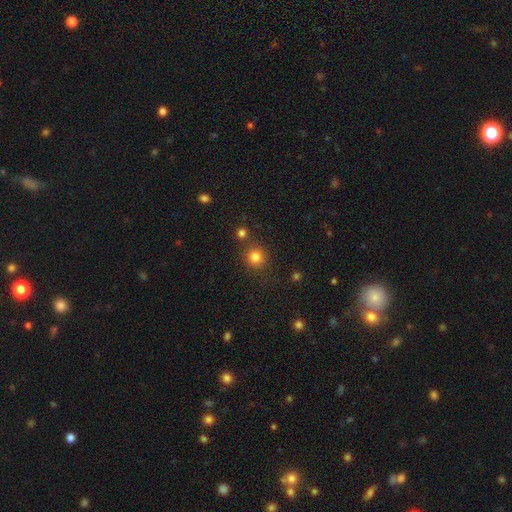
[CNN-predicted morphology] smooth-or-featured: smooth: 80% | star or artifact: 15% | featured or disk: 5%
  how-rounded: round: 92% | in between: 7% | cigar-shaped: 1%
  merging: none: 81% | minor disturbance: 8% | merger: 8% | major disturbance: 3%